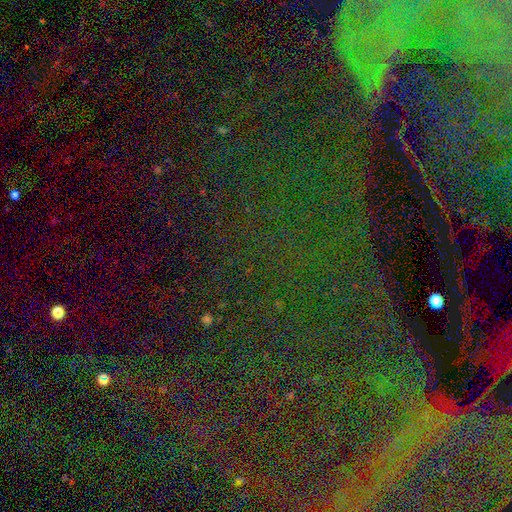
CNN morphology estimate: Smooth or featured? star or artifact (82%)